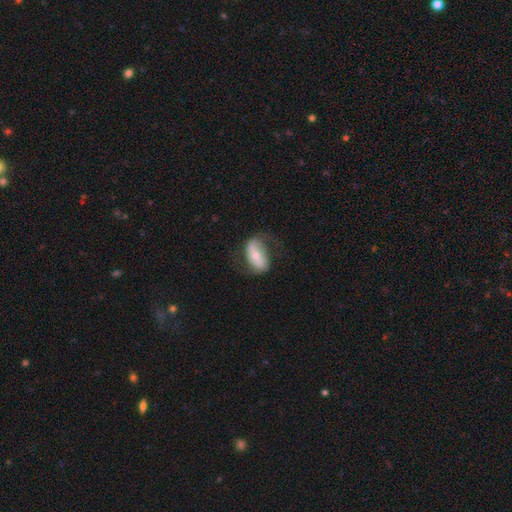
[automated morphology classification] Smooth or featured?
  - featured or disk: 58% *
  - smooth: 36%
  - star or artifact: 6%
Edge-on disk?
  - no: 91% *
  - yes: 9%
Bar?
  - no: 38% *
  - strong: 35%
  - weak: 27%
Spiral arms?
  - yes: 71% *
  - no: 29%
Bulge size?
  - moderate: 52% *
  - small: 42%
  - large: 4%
  - none: 2%
  - dominant: 1%
Merging?
  - none: 60% *
  - minor disturbance: 23%
  - major disturbance: 15%
  - merger: 2%